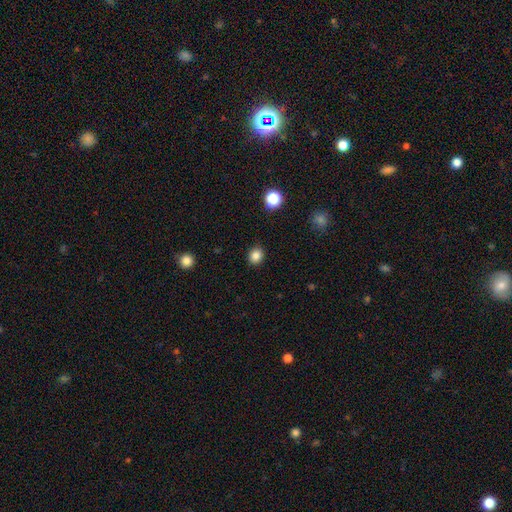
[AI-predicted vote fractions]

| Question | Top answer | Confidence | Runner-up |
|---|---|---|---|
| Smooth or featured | smooth | 85% | star or artifact (11%) |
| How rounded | round | 75% | in between (24%) |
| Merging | none | 90% | minor disturbance (7%) |